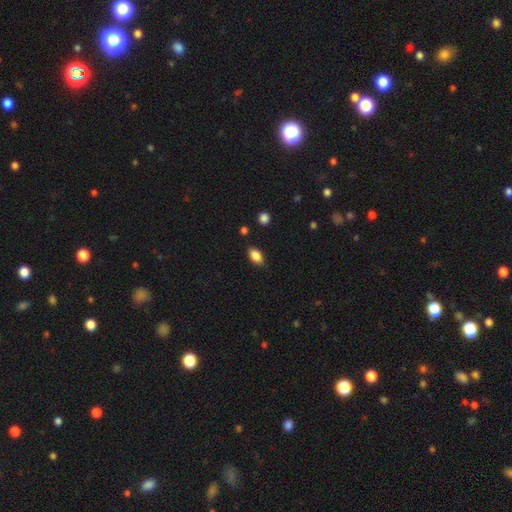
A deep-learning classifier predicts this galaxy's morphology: smooth_or_featured: smooth (p=0.86) [alt: star or artifact p=0.08]
how_rounded: in between (p=0.90) [alt: round p=0.07]
merging: none (p=0.84) [alt: minor disturbance p=0.11]